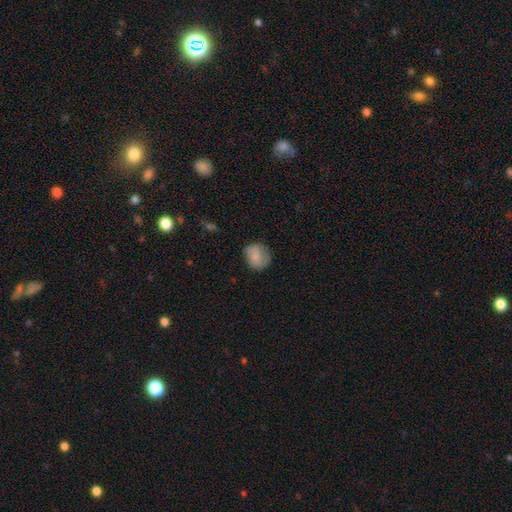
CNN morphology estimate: Smooth or featured: smooth — 77% (featured or disk — 15%)
How rounded: round — 69% (in between — 30%)
Merging: none — 69% (minor disturbance — 23%)